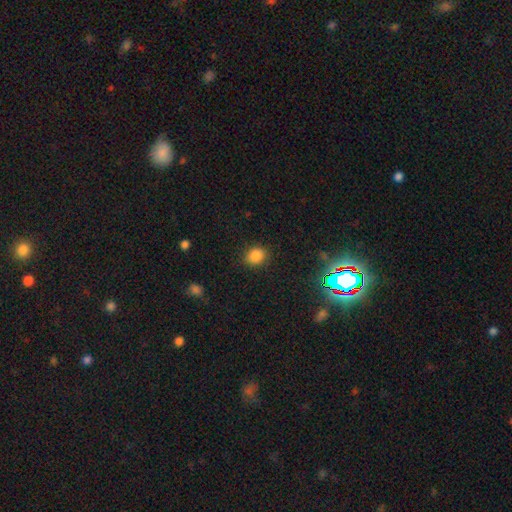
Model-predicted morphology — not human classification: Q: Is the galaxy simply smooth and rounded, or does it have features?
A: smooth — 84%.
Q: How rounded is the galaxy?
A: round — 55%.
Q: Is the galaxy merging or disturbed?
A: none — 85%.